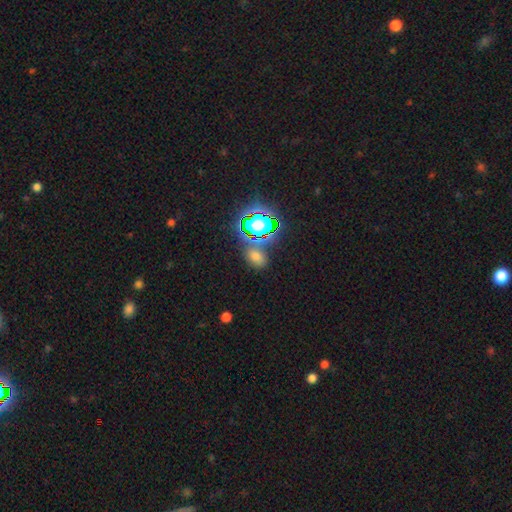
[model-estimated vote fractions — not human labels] Smooth or featured? Predicted: smooth (p=0.53). How rounded? Predicted: in between (p=0.70). Merging? Predicted: none (p=0.71).